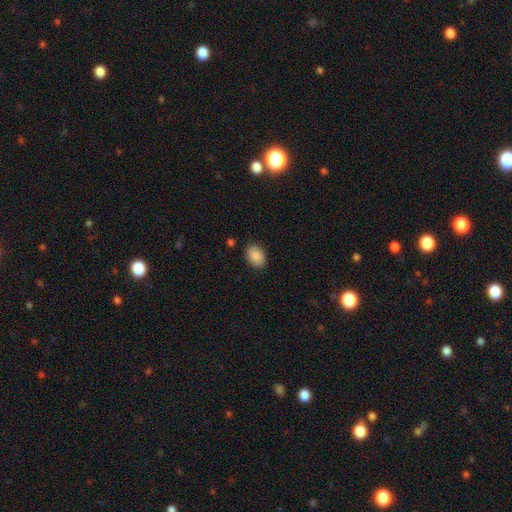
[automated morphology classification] A smooth galaxy with no disk features (88%) that is in between round and cigar-shaped (78%). Merging: none (86%).